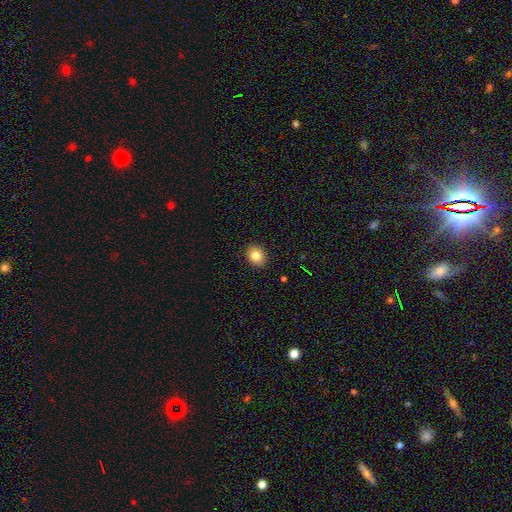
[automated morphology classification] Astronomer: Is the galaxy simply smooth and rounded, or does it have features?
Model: smooth — 82%.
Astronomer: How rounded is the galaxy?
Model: round — 65%.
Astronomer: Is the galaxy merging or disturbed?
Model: none — 91%.